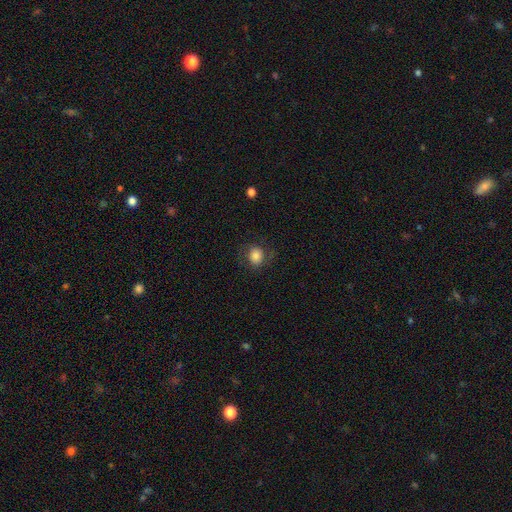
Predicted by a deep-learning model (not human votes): The model was most divided on "how rounded": round: 69%, in between: 30%, cigar-shaped: 1%. More confident: smooth or featured — smooth (78%); merging — none (75%).